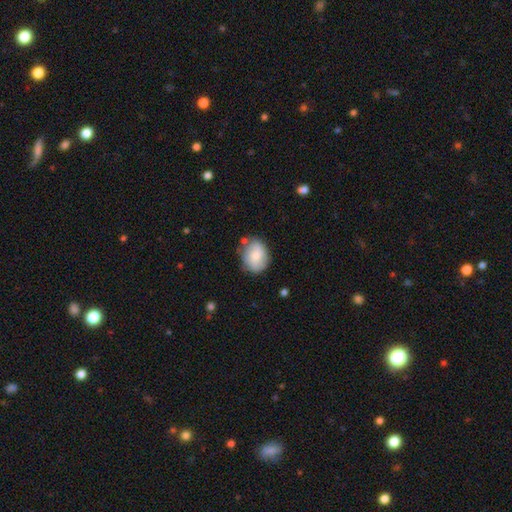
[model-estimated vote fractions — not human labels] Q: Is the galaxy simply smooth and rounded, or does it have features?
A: smooth — 76%.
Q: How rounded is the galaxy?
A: in between — 59%.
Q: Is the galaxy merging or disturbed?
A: none — 71%.